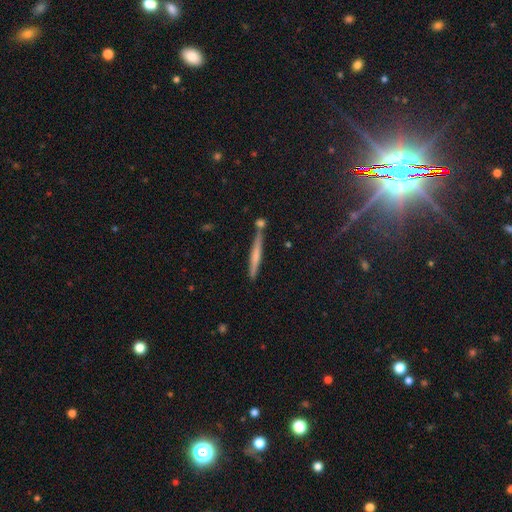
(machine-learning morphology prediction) Q: Smooth or featured?
A: smooth (51%); runner-up: featured or disk (40%)
Q: How rounded?
A: cigar-shaped (95%); runner-up: in between (3%)
Q: Merging?
A: none (79%); runner-up: minor disturbance (10%)